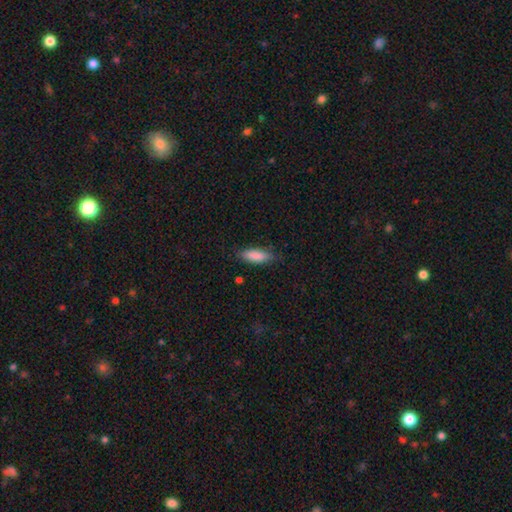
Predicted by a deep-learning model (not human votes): Smooth or featured: smooth — 85% (featured or disk — 9%)
How rounded: in between — 61% (cigar-shaped — 37%)
Merging: none — 76% (minor disturbance — 19%)